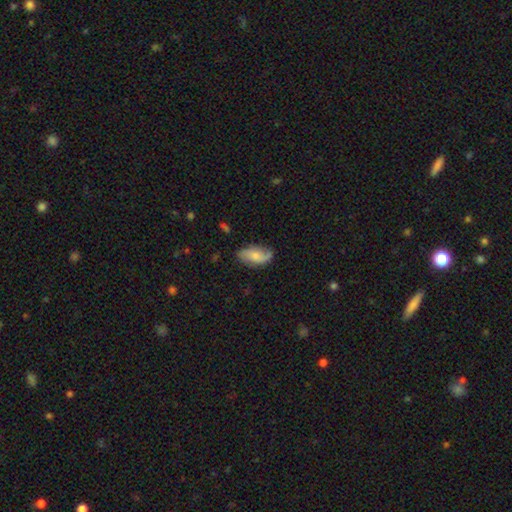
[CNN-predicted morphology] Q: Smooth or featured?
A: smooth (51%); runner-up: featured or disk (42%)
Q: How rounded?
A: in between (91%); runner-up: cigar-shaped (6%)
Q: Merging?
A: none (67%); runner-up: minor disturbance (24%)